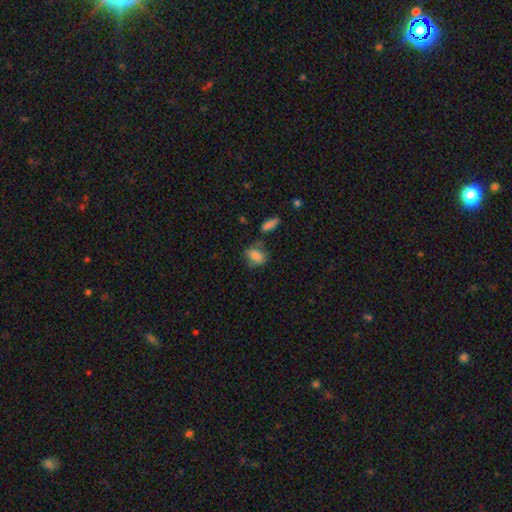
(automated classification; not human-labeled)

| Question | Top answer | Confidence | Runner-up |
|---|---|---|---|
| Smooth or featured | smooth | 79% | featured or disk (12%) |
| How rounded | in between | 73% | round (24%) |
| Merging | none | 58% | minor disturbance (24%) |